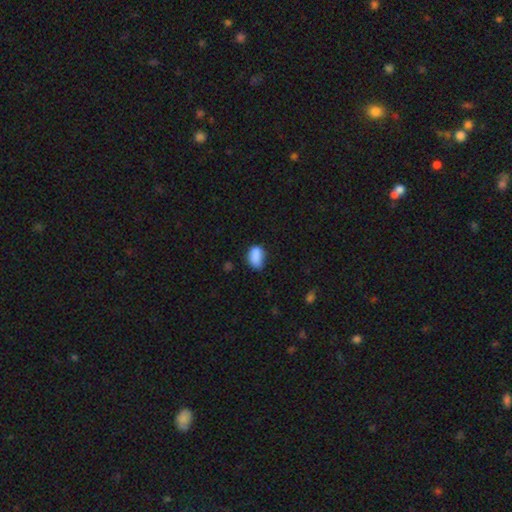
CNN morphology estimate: smooth-or-featured: smooth: 86% | star or artifact: 9% | featured or disk: 5%
  how-rounded: in between: 87% | round: 12% | cigar-shaped: 2%
  merging: none: 57% | minor disturbance: 33% | major disturbance: 7% | merger: 3%